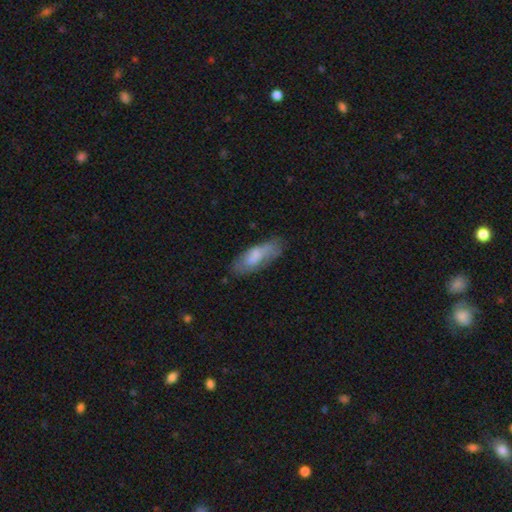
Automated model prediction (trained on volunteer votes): Morphology: type=smooth (69%); roundness=in between (65%); merging=none (64%).